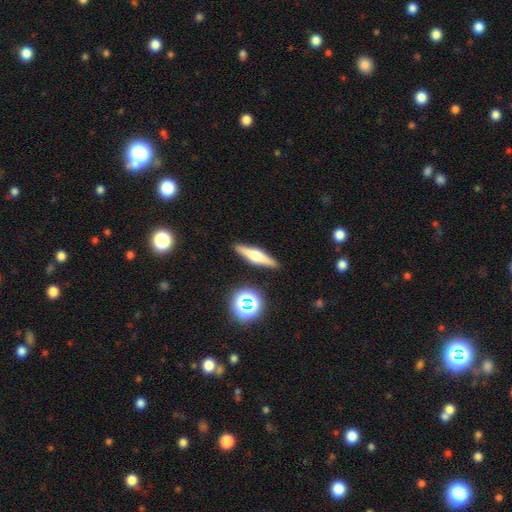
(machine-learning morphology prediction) A featured or disk galaxy (59%) viewed edge-on (96%) with a rounded central bulge (88%). Merging: none (89%).